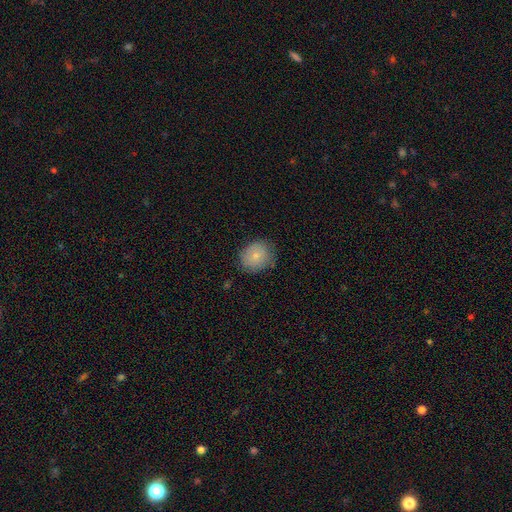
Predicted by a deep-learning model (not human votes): smooth 78%, featured or disk 14%, star or artifact 8%. Down the decision tree: how rounded — round (70%); merging — none (76%).